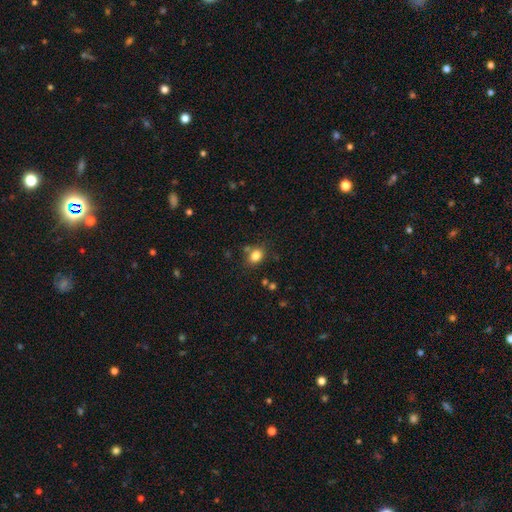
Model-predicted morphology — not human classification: This is clearly a smooth galaxy (83%). How rounded: likely in between (62%). Merging: likely none (76%).